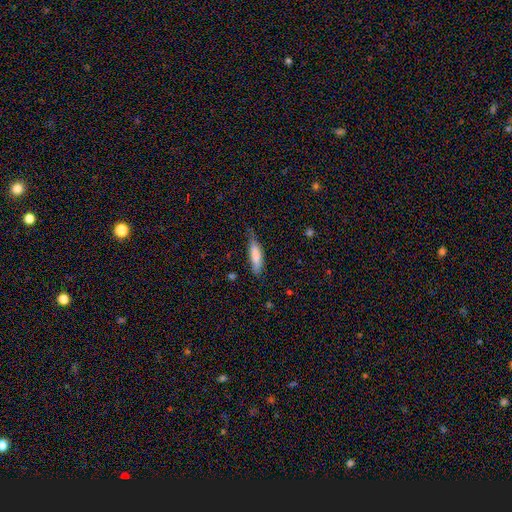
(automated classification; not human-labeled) smooth_or_featured: smooth (p=0.78) [alt: featured or disk p=0.16]
how_rounded: cigar-shaped (p=0.60) [alt: in between p=0.38]
merging: none (p=0.52) [alt: minor disturbance p=0.37]